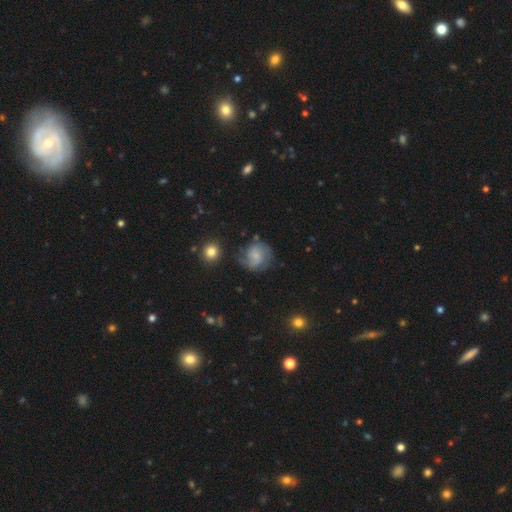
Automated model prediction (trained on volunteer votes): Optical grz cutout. It shows a featured or disk galaxy (57%) with no bar (61%), spiral arms (87%) and a small central bulge (52%). Merging: none (63%).